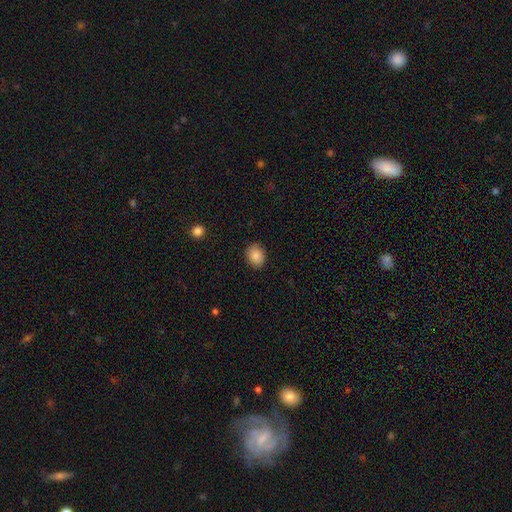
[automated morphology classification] This is clearly a smooth galaxy (87%). How rounded: possibly round (54%). Merging: clearly none (88%).